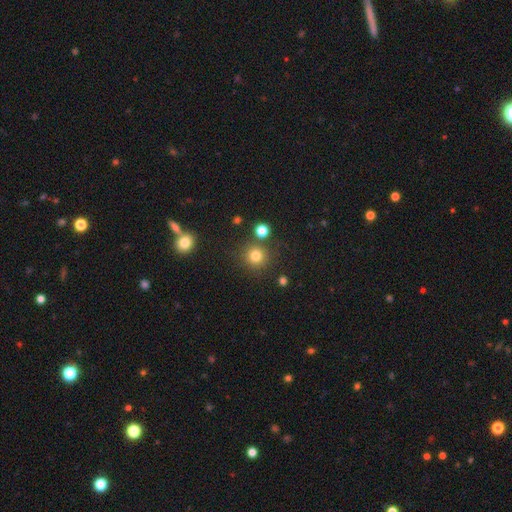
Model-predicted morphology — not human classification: Smooth or featured?
  - smooth: 80% *
  - star or artifact: 14%
  - featured or disk: 6%
How rounded?
  - round: 93% *
  - in between: 6%
  - cigar-shaped: 1%
Merging?
  - none: 83% *
  - minor disturbance: 8%
  - merger: 6%
  - major disturbance: 3%